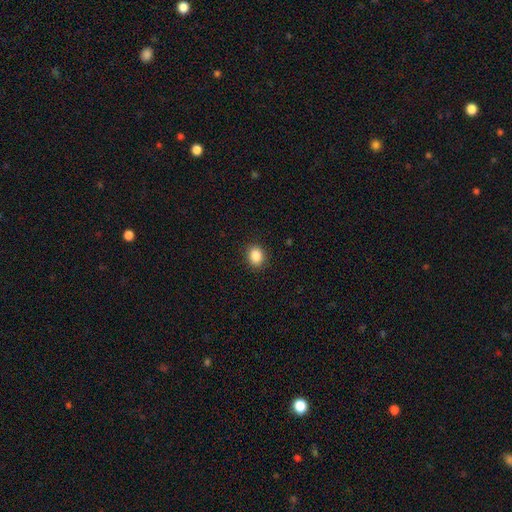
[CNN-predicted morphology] Overall: smooth (87%). How rounded: round (53%; in between 46%). Merging: none (89%).